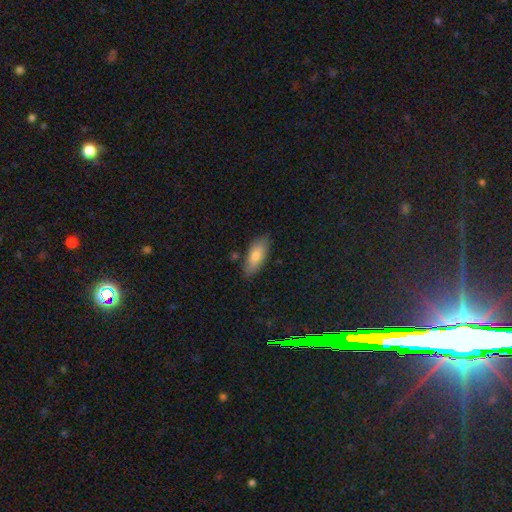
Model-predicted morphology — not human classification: smooth-or-featured: smooth: 79% | featured or disk: 15% | star or artifact: 7%
  how-rounded: in between: 80% | cigar-shaped: 18% | round: 2%
  merging: none: 79% | minor disturbance: 15% | major disturbance: 3% | merger: 3%